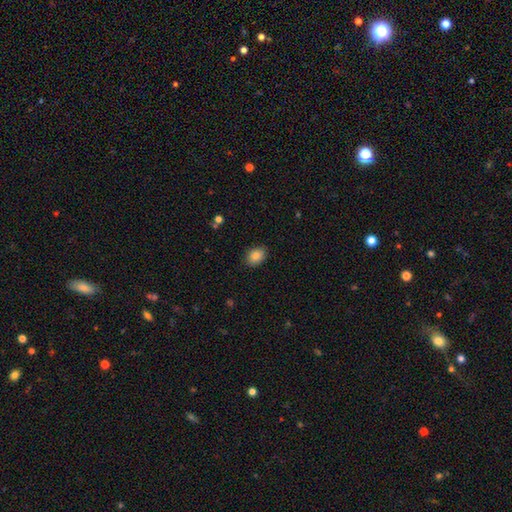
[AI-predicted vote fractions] Morphology: type=smooth (85%); roundness=in between (67%); merging=none (88%).